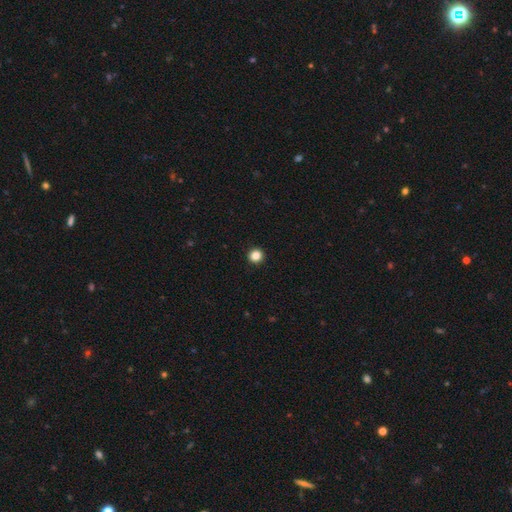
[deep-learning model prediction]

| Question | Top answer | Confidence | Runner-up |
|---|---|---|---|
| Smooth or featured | smooth | 85% | star or artifact (11%) |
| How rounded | round | 95% | in between (4%) |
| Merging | none | 94% | minor disturbance (4%) |